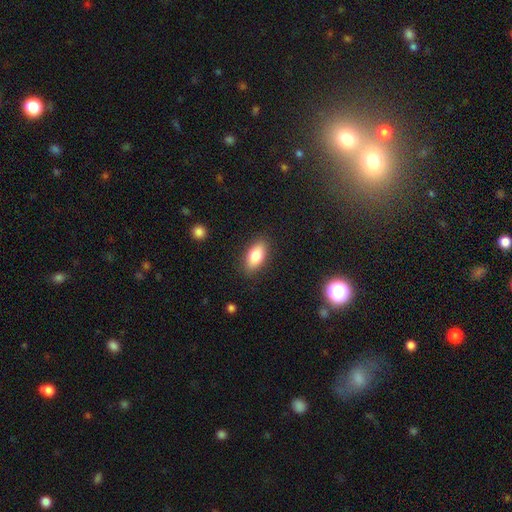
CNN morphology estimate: Smooth or featured? Predicted: smooth (p=0.81). How rounded? Predicted: in between (p=0.87). Merging? Predicted: none (p=0.87).